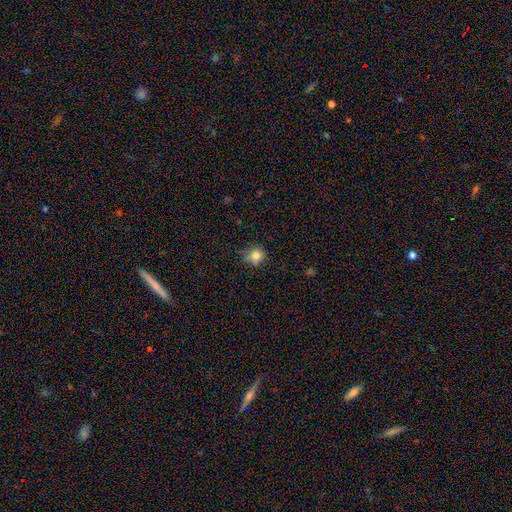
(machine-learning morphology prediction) This is clearly a smooth galaxy (80%). How rounded: clearly round (85%). Merging: likely none (69%).